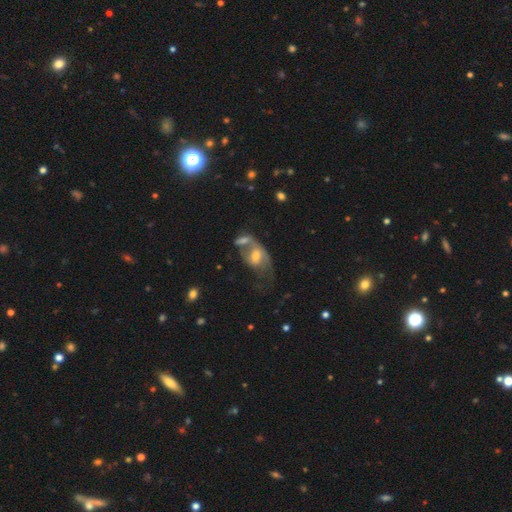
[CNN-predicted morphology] smooth_or_featured: featured or disk (p=0.55) [alt: smooth p=0.35]
disk_edge_on: no (p=0.93) [alt: yes p=0.07]
bar: no (p=0.52) [alt: weak p=0.37]
has_spiral_arms: yes (p=0.61) [alt: no p=0.39]
bulge_size: moderate (p=0.56) [alt: small p=0.28]
merging: merger (p=0.46) [alt: major disturbance p=0.21]